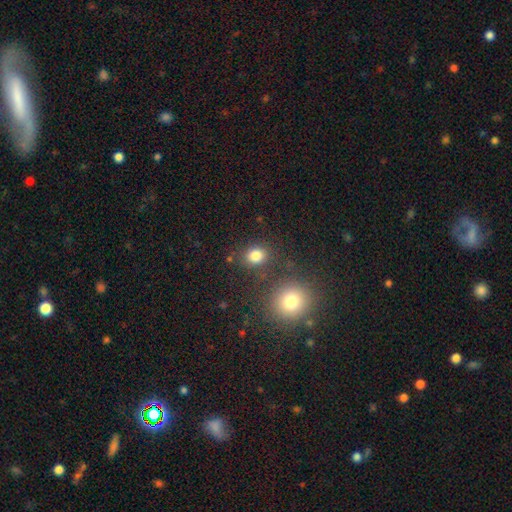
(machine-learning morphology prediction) smooth-or-featured: smooth: 81% | star or artifact: 13% | featured or disk: 6%
  how-rounded: round: 61% | in between: 38% | cigar-shaped: 1%
  merging: none: 77% | minor disturbance: 10% | merger: 8% | major disturbance: 4%